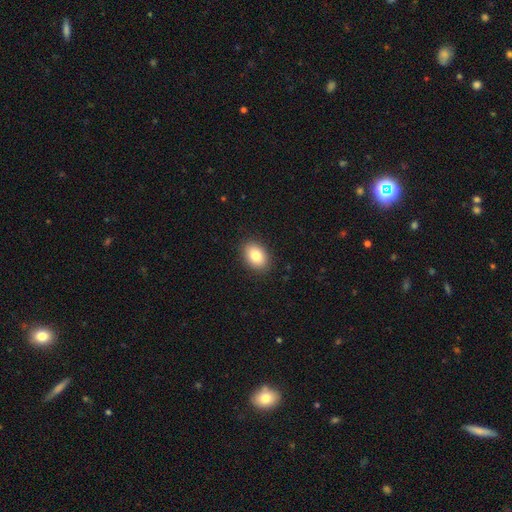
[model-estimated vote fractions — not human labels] This is clearly a smooth galaxy (83%). How rounded: likely in between (76%). Merging: clearly none (89%).